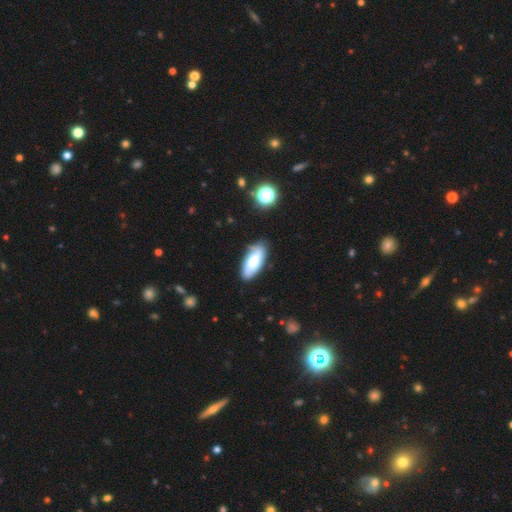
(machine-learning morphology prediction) A smooth galaxy with no disk features (67%) that is in between round and cigar-shaped (81%). Merging: none (77%).